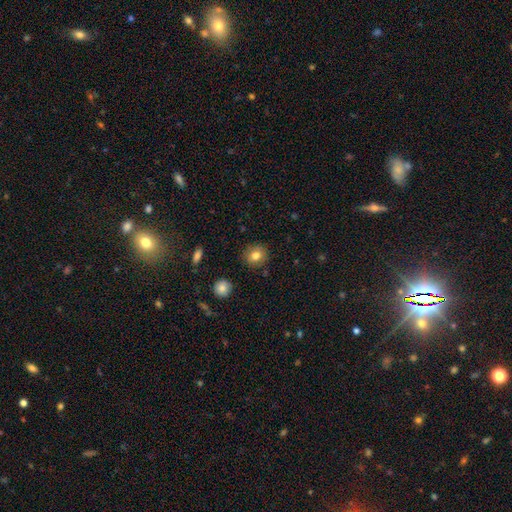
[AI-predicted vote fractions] The model was most divided on "smooth or featured": smooth: 80%, star or artifact: 11%, featured or disk: 9%. More confident: merging — none (88%); how rounded — round (85%).